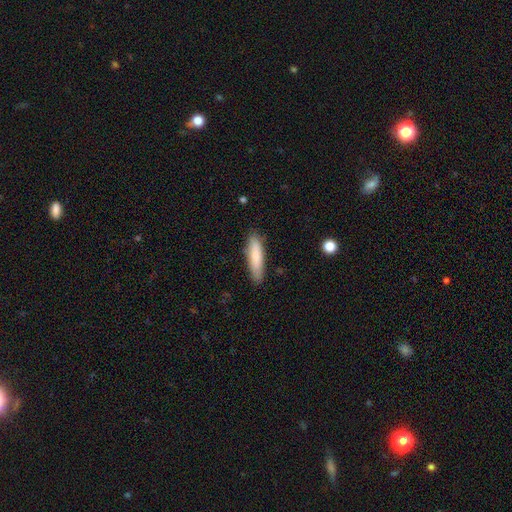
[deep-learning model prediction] This is likely a smooth galaxy (80%). How rounded: likely cigar-shaped (73%). Merging: clearly none (84%).